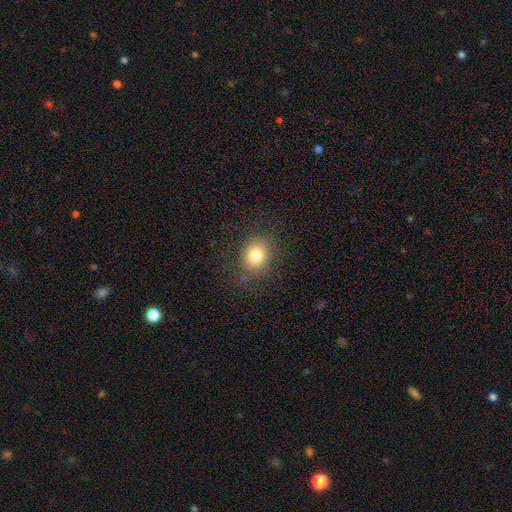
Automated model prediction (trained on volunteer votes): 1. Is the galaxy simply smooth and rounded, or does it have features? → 79% smooth, 12% star or artifact, 9% featured or disk.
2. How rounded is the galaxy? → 64% round, 35% in between, 1% cigar-shaped.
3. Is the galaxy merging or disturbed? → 83% none, 11% minor disturbance, 5% major disturbance, 1% merger.